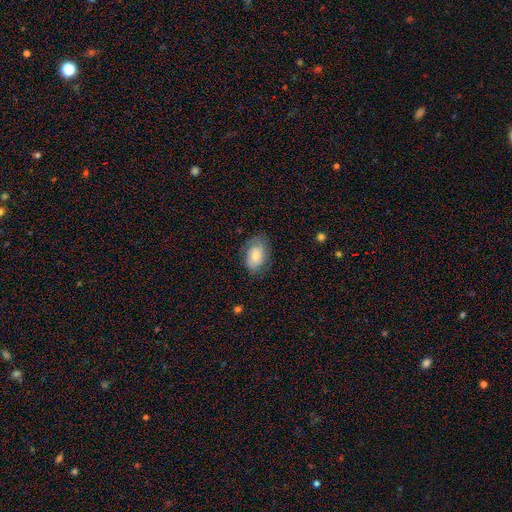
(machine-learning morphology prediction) A smooth galaxy with no disk features (67%) that is in between round and cigar-shaped (88%).

Vote fractions:
- Smooth or featured? smooth: 67% / featured or disk: 26% / star or artifact: 7%
- How rounded? in between: 88% / round: 11% / cigar-shaped: 1%
- Merging? none: 71% / minor disturbance: 20% / major disturbance: 7% / merger: 1%